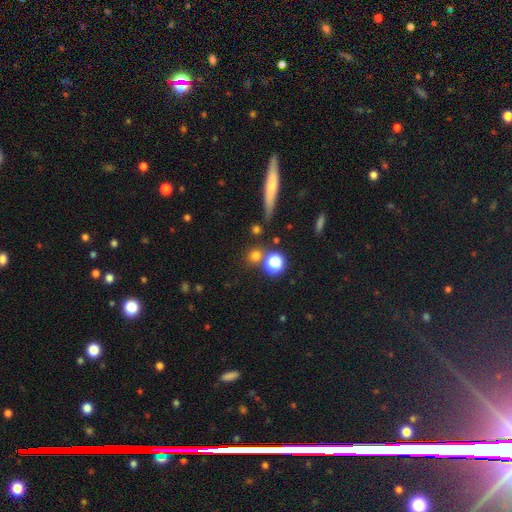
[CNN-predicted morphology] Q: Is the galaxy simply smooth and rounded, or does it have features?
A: smooth — 71%.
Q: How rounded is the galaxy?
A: round — 86%.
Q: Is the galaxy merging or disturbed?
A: none — 74%.